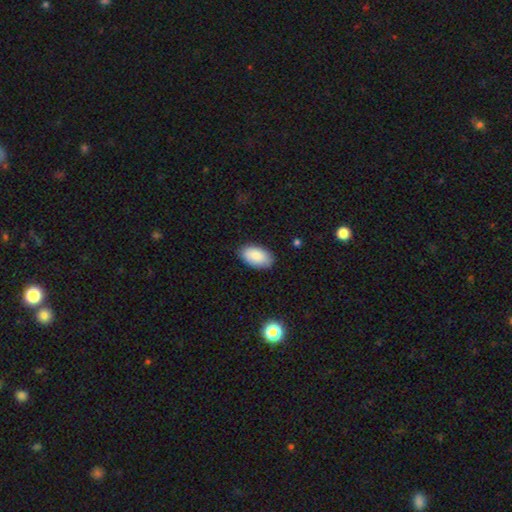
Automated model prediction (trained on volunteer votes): smooth 89%, star or artifact 6%, featured or disk 5%. Down the decision tree: how rounded — in between (95%); merging — none (85%).